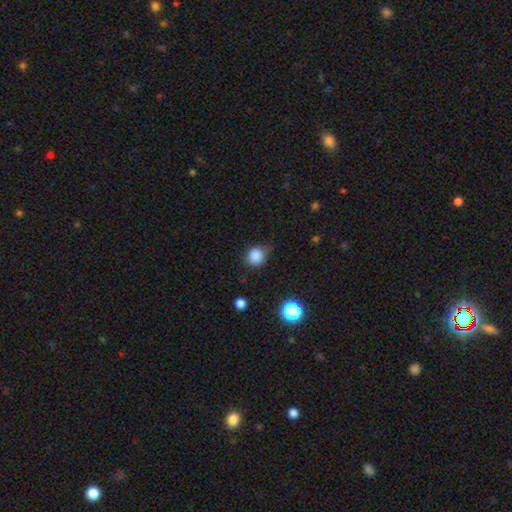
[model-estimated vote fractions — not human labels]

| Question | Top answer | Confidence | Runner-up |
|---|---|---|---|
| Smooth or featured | smooth | 84% | star or artifact (12%) |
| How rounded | round | 86% | in between (13%) |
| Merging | none | 68% | minor disturbance (24%) |